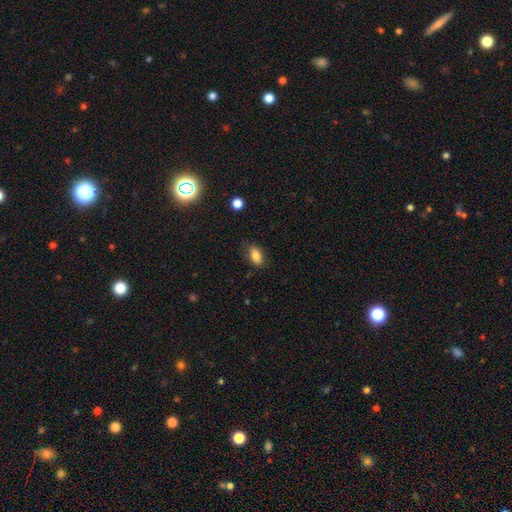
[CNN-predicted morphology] smooth_or_featured: smooth (p=0.83) [alt: star or artifact p=0.09]
how_rounded: in between (p=0.90) [alt: round p=0.06]
merging: none (p=0.79) [alt: minor disturbance p=0.16]